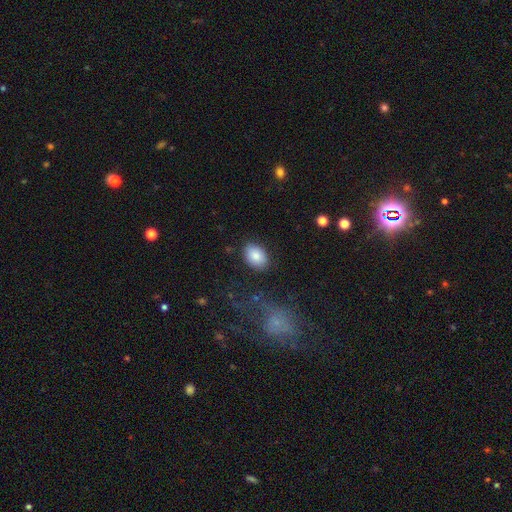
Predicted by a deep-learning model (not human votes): A smooth galaxy with no disk features (85%) that is in between round and cigar-shaped (84%).

Vote fractions:
- Smooth or featured? smooth: 85% / star or artifact: 7% / featured or disk: 7%
- How rounded? in between: 84% / round: 15% / cigar-shaped: 1%
- Merging? none: 85% / minor disturbance: 11% / major disturbance: 3% / merger: 2%